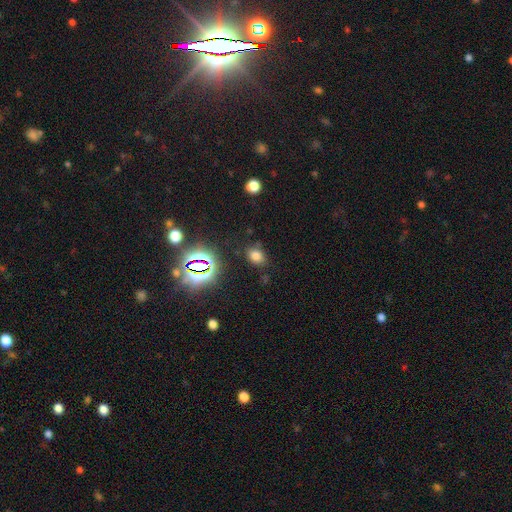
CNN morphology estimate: smooth 68%, star or artifact 24%, featured or disk 8%. Down the decision tree: how rounded — in between (65%); merging — none (78%).